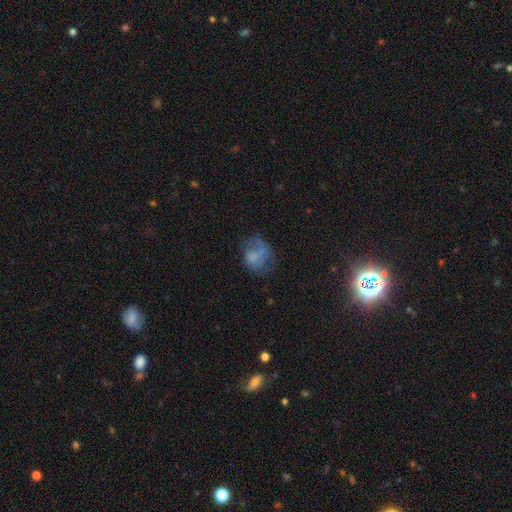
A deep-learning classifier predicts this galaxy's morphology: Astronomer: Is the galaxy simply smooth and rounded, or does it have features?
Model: smooth — 54% (runner-up: featured or disk, 34%).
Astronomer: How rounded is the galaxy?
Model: round — 50% (runner-up: in between, 48%).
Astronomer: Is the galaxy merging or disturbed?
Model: none — 37% (runner-up: major disturbance, 31%).